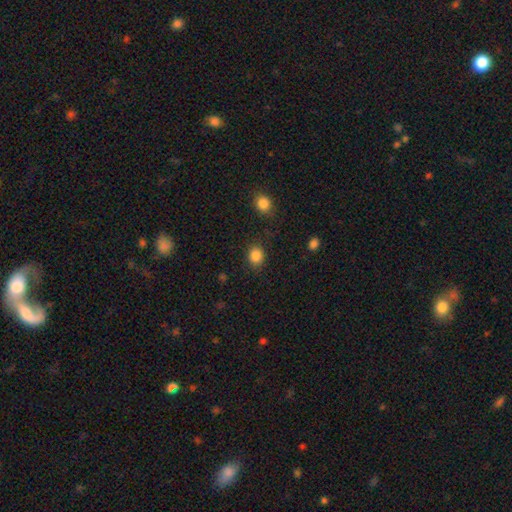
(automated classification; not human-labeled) Overall: smooth (86%). How rounded: round (66%; in between 33%). Merging: none (84%).